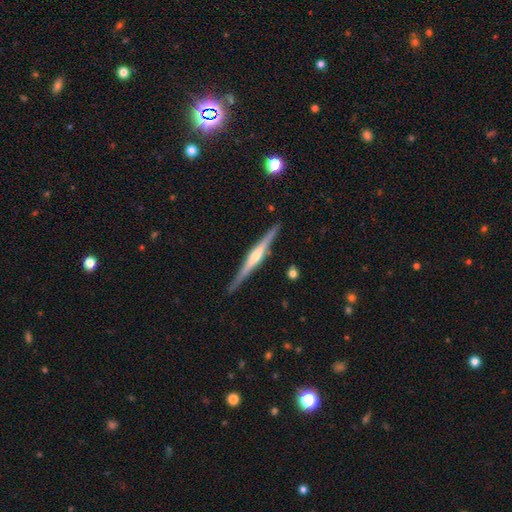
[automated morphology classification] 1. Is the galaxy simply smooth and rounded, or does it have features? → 79% featured or disk, 16% smooth, 5% star or artifact.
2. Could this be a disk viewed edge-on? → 98% yes, 2% no.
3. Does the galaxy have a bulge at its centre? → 74% rounded, 13% boxy, 13% none.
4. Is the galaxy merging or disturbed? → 90% none, 7% minor disturbance, 1% major disturbance, 1% merger.